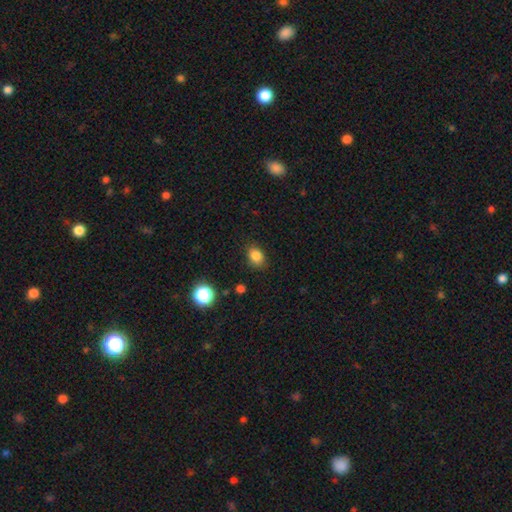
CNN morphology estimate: Smooth or featured? smooth (83%)
How rounded? in between (64%)
Merging? none (84%)